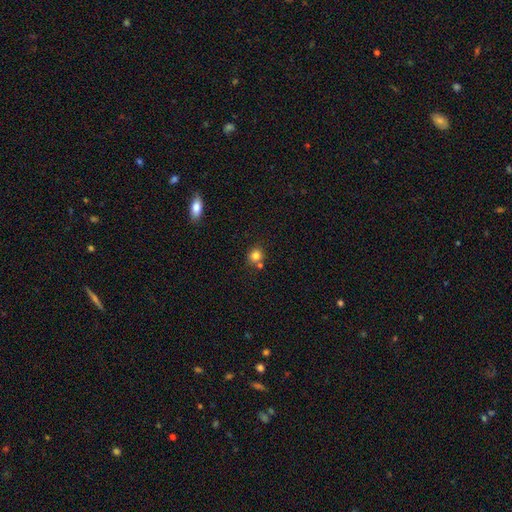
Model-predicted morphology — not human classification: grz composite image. It shows a smooth galaxy with no disk features (82%) that is round (84%). Merging: none (70%).